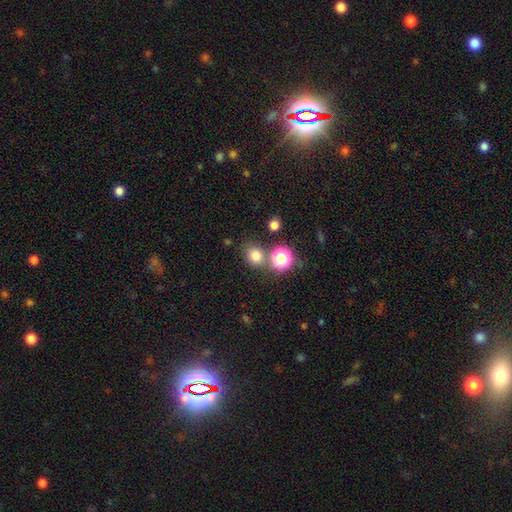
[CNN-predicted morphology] A smooth galaxy with no disk features (76%) that is round (71%). Merging: none (71%).